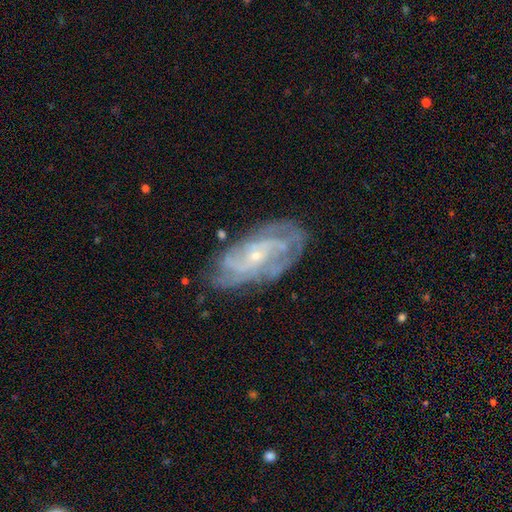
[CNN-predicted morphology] Smooth or featured? Predicted: featured or disk (p=0.83). Edge-on disk? Predicted: no (p=0.94). Bar? Predicted: no (p=0.64). Spiral arms? Predicted: yes (p=0.92). Spiral winding? Predicted: tight (p=0.52). Spiral arm count? Predicted: can't tell (p=0.36). Bulge size? Predicted: small (p=0.80). Merging? Predicted: none (p=0.72).